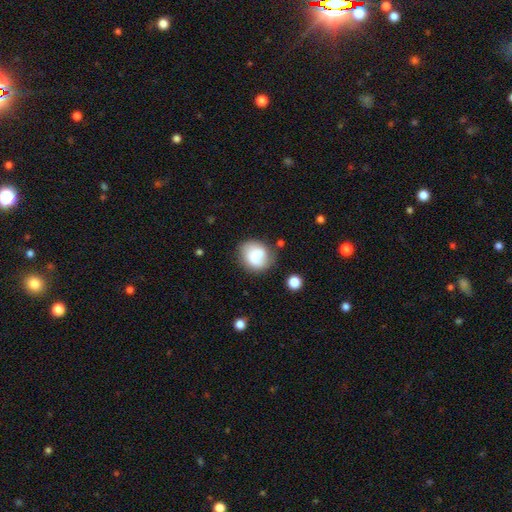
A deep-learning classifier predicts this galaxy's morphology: Smooth or featured? smooth (74%)
How rounded? round (65%)
Merging? none (64%)